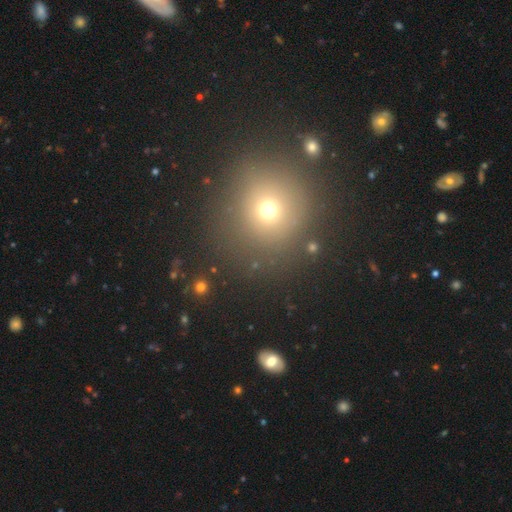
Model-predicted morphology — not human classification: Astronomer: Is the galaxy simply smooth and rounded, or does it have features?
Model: smooth — 63%.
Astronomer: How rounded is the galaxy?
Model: round — 93%.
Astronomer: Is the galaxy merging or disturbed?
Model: none — 87%.